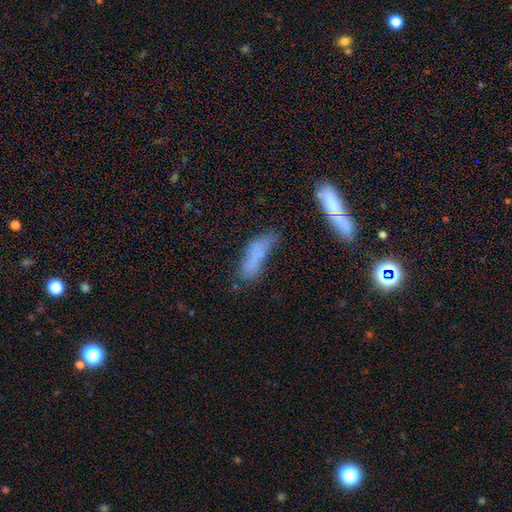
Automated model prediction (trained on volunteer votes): Smooth or featured? smooth (67%)
How rounded? cigar-shaped (57%)
Merging? none (43%)